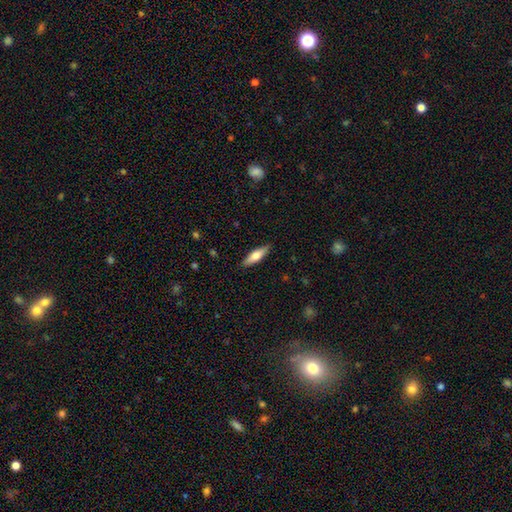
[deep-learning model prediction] Smooth or featured?
  - smooth: 62% *
  - featured or disk: 33%
  - star or artifact: 6%
How rounded?
  - cigar-shaped: 58% *
  - in between: 40%
  - round: 2%
Merging?
  - none: 88% *
  - minor disturbance: 9%
  - major disturbance: 2%
  - merger: 1%